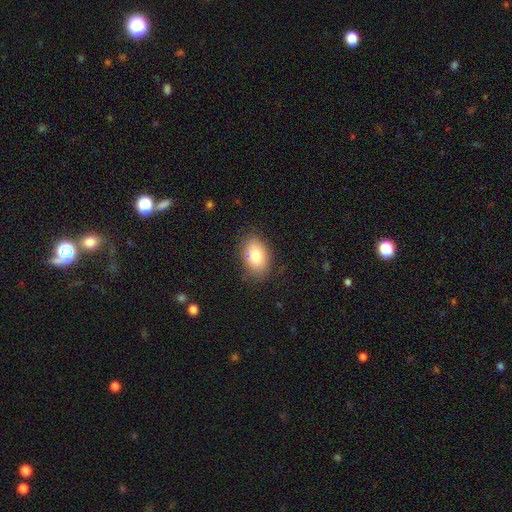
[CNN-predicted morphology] type=smooth (81%); roundness=in between (88%); merging=none (79%).